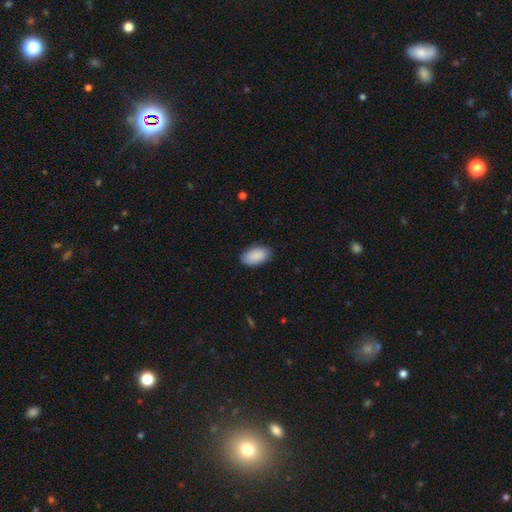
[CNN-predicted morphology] Smooth or featured? Predicted: smooth (p=0.91). How rounded? Predicted: in between (p=0.95). Merging? Predicted: none (p=0.86).